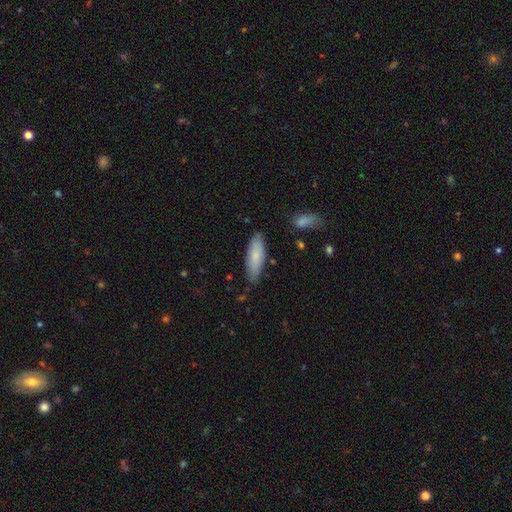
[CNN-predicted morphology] This appears to be a smooth galaxy with no disk features (80%) that is in between round and cigar-shaped (60%). Merging: none (80%).